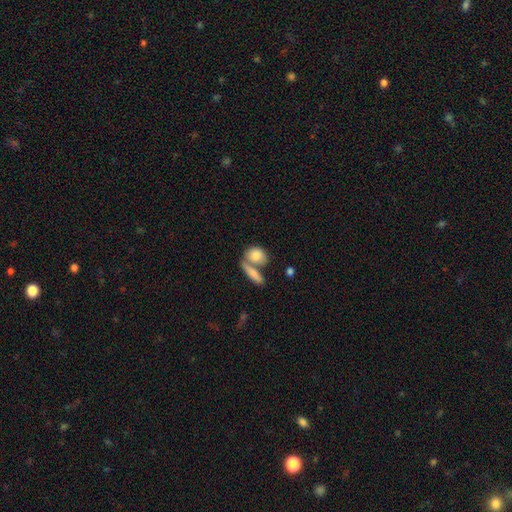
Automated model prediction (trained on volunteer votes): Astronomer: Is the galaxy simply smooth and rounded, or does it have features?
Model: smooth — 80%.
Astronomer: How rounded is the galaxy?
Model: in between — 59%.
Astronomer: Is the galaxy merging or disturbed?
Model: none — 43% (runner-up: merger, 41%).